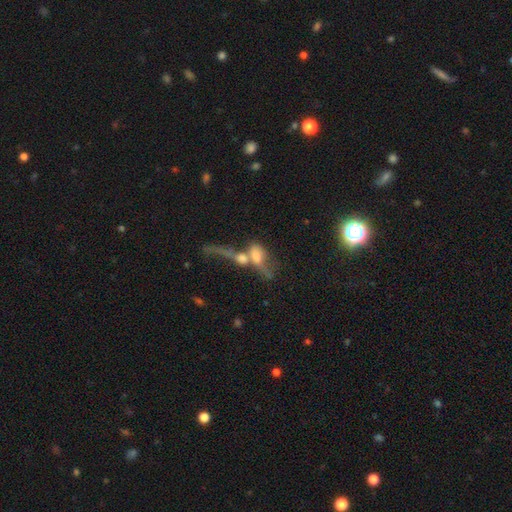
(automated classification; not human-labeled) smooth_or_featured: smooth (p=0.44) [alt: featured or disk p=0.42]
merging: merger (p=0.66) [alt: major disturbance p=0.16]